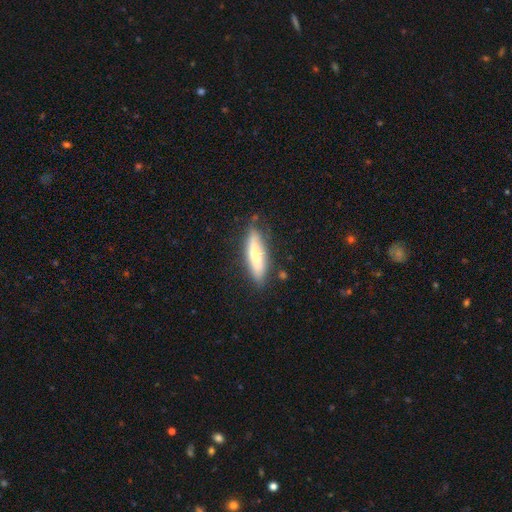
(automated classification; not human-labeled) This appears to be a smooth galaxy with no disk features (63%) that is cigar-shaped (63%). Merging: none (76%).